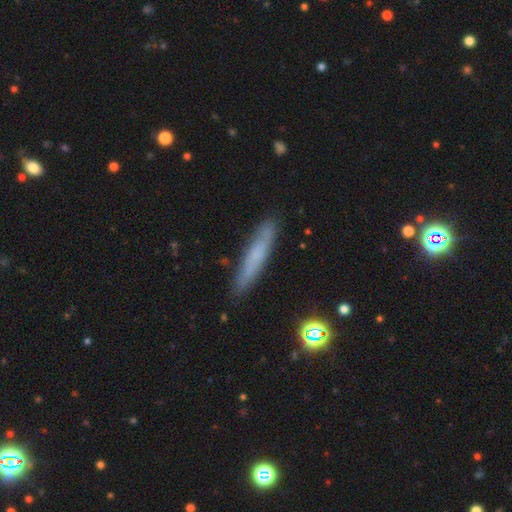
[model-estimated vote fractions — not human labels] Q: Smooth or featured?
A: smooth (61%); runner-up: featured or disk (30%)
Q: How rounded?
A: cigar-shaped (91%); runner-up: in between (7%)
Q: Merging?
A: none (85%); runner-up: minor disturbance (12%)